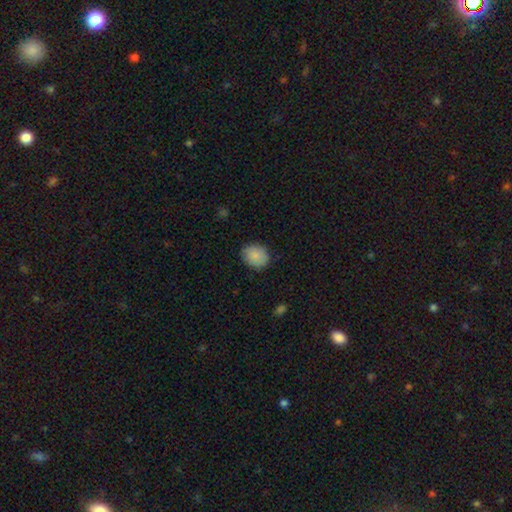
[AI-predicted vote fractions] smooth-or-featured: smooth: 87% | star or artifact: 7% | featured or disk: 5%
  how-rounded: round: 56% | in between: 43% | cigar-shaped: 1%
  merging: none: 83% | minor disturbance: 13% | major disturbance: 3% | merger: 1%